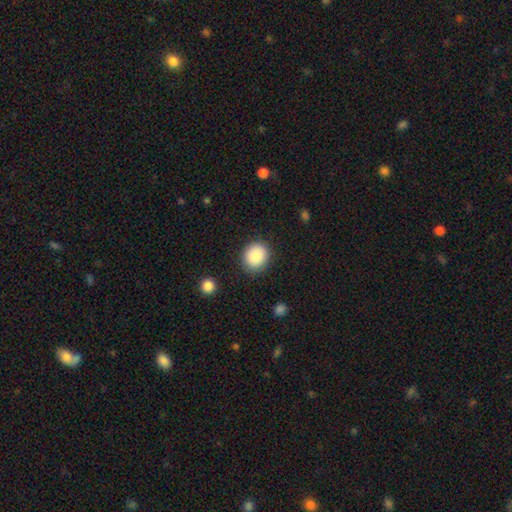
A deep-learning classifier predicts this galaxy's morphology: The model was most divided on "how rounded": round: 74%, in between: 25%, cigar-shaped: 1%. More confident: merging — none (87%); smooth or featured — smooth (87%).